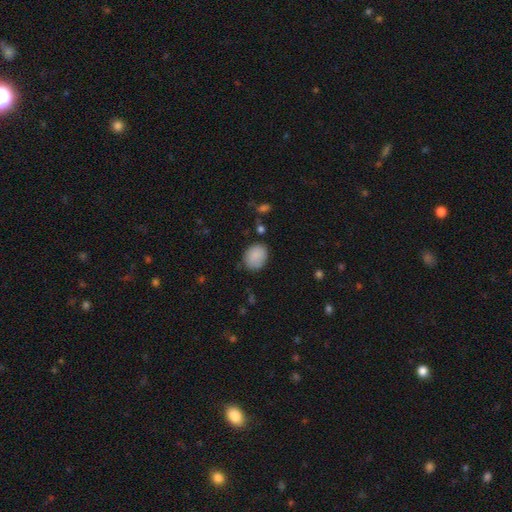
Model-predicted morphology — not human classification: A smooth galaxy with no disk features (87%) that is in between round and cigar-shaped (55%).

Vote fractions:
- Smooth or featured? smooth: 87% / star or artifact: 7% / featured or disk: 6%
- How rounded? in between: 55% / round: 44% / cigar-shaped: 1%
- Merging? none: 75% / minor disturbance: 19% / major disturbance: 4% / merger: 2%